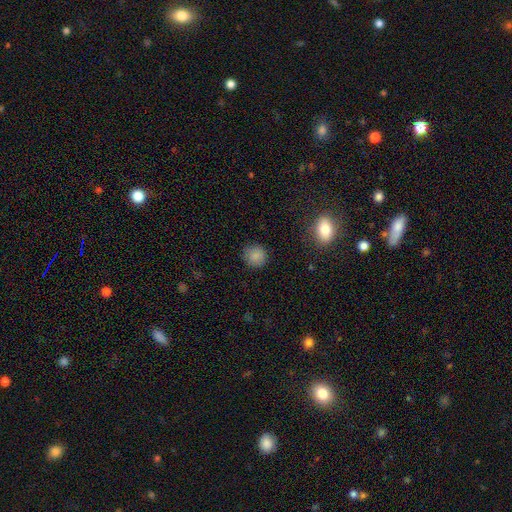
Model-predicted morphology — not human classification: Smooth or featured? smooth (85%)
How rounded? round (90%)
Merging? none (88%)